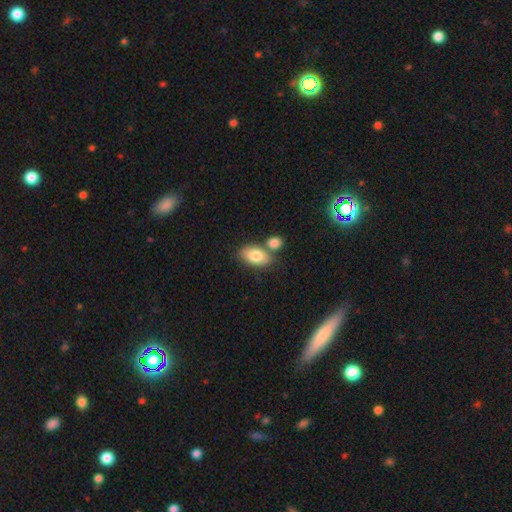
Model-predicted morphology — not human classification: A smooth galaxy with no disk features (80%) that is in between round and cigar-shaped (91%). Merging: none (53%).